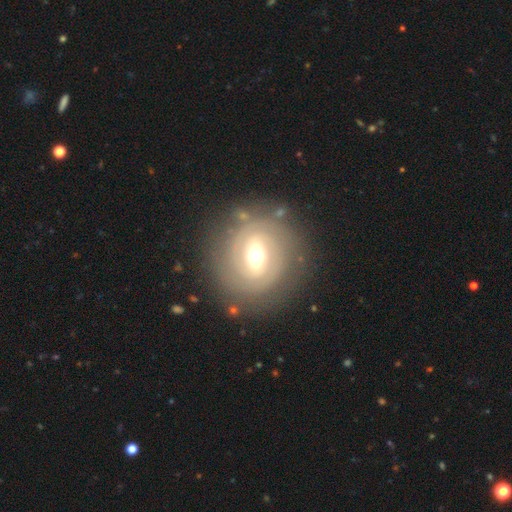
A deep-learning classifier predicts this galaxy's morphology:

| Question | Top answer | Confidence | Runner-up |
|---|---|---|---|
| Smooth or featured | featured or disk | 74% | smooth (19%) |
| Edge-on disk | no | 95% | yes (5%) |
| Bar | weak | 46% | strong (38%) |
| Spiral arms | yes | 74% | no (26%) |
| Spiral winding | tight | 70% | medium (21%) |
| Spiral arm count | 2 | 46% | can't tell (32%) |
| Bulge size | moderate | 69% | small (18%) |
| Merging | none | 80% | minor disturbance (12%) |